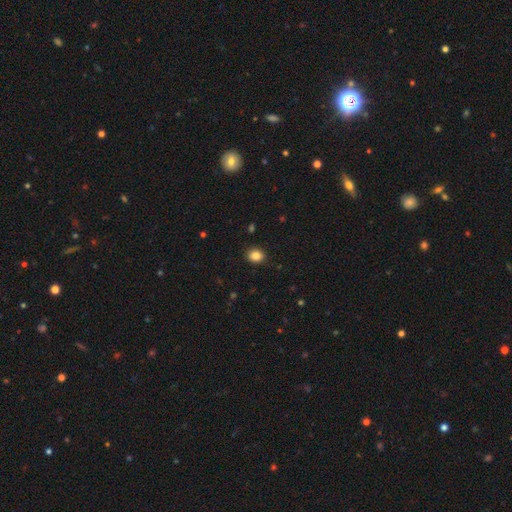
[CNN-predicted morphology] Q: Smooth or featured?
A: smooth (85%); runner-up: star or artifact (10%)
Q: How rounded?
A: round (63%); runner-up: in between (36%)
Q: Merging?
A: none (90%); runner-up: minor disturbance (7%)